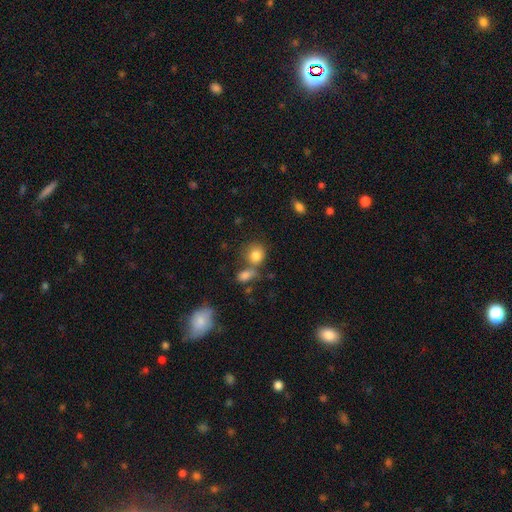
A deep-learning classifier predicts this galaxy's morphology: Smooth or featured? Predicted: smooth (p=0.83). How rounded? Predicted: round (p=0.72). Merging? Predicted: none (p=0.51).